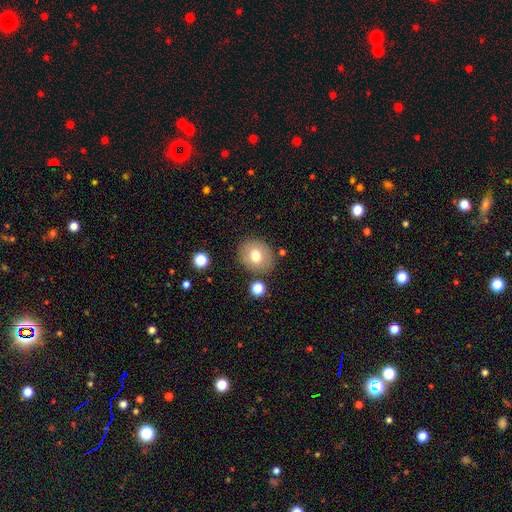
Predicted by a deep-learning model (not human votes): Overall: smooth (72%). How rounded: round (66%; in between 33%). Merging: none (82%).